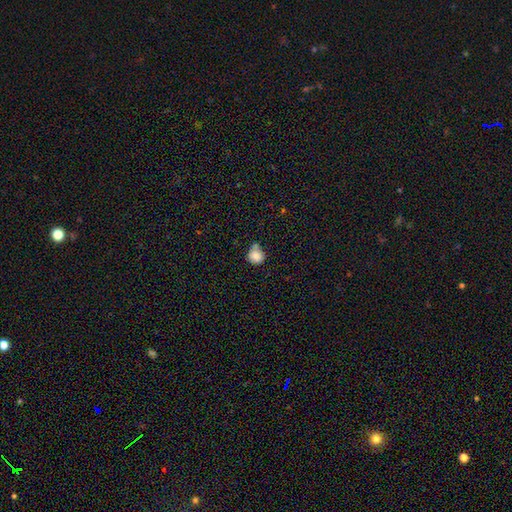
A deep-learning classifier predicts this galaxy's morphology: Smooth or featured: smooth — 84% (star or artifact — 10%)
How rounded: round — 83% (in between — 16%)
Merging: none — 49% (minor disturbance — 26%)